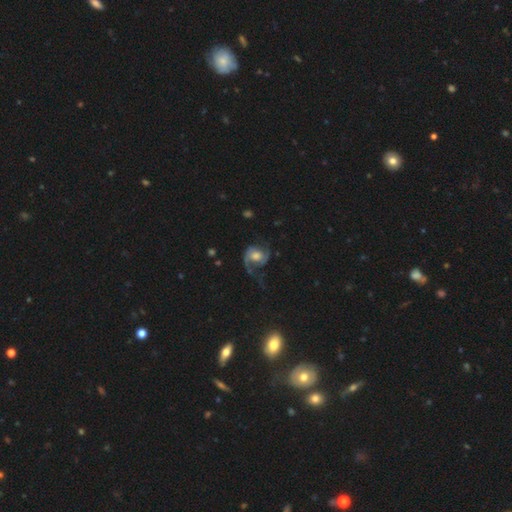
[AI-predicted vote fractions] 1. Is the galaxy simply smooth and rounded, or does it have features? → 82% featured or disk, 12% smooth, 6% star or artifact.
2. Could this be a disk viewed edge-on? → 98% no, 2% yes.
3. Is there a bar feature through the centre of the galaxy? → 63% no, 30% weak, 7% strong.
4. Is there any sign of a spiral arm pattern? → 95% yes, 5% no.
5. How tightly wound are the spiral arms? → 46% medium, 37% loose, 18% tight.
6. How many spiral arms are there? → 83% 2, 10% 1, 3% can't tell, 2% 3, 1% 4, 1% more than 4.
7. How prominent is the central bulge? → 49% moderate, 33% large, 10% small, 4% none, 3% dominant.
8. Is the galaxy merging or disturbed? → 53% none, 27% major disturbance, 18% minor disturbance, 2% merger.